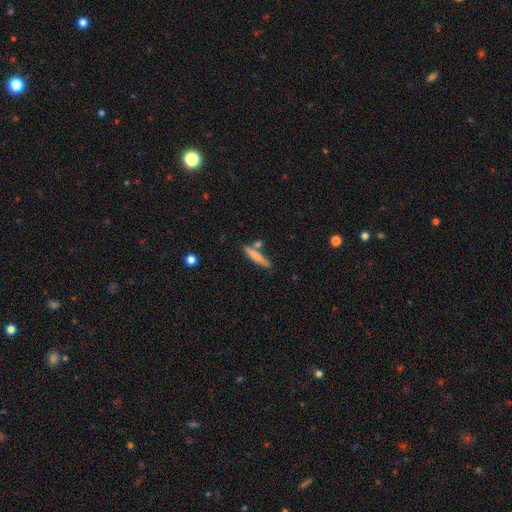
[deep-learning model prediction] A smooth galaxy with no disk features (70%) that is cigar-shaped (90%). Merging: none (70%).